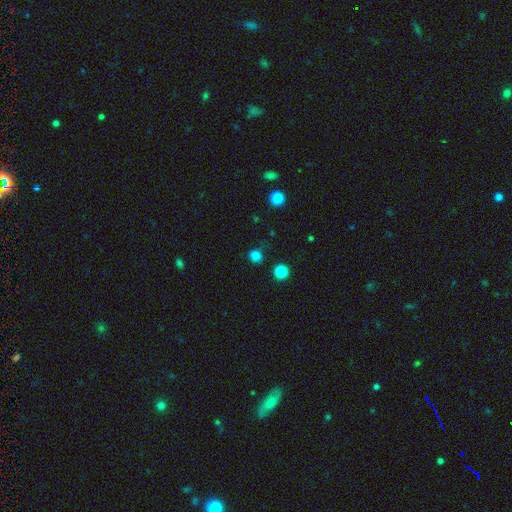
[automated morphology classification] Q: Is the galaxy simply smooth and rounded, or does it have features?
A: smooth — 78%.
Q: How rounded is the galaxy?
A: round — 73%.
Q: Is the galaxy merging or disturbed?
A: none — 75%.